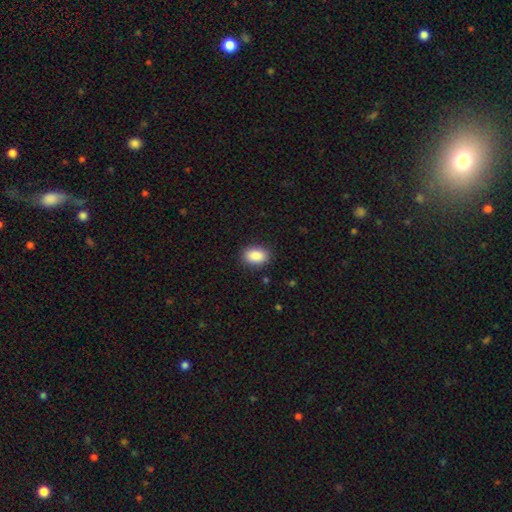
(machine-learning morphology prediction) smooth-or-featured: smooth: 89% | star or artifact: 7% | featured or disk: 3%
  how-rounded: in between: 82% | round: 17% | cigar-shaped: 1%
  merging: none: 88% | minor disturbance: 8% | major disturbance: 2% | merger: 1%